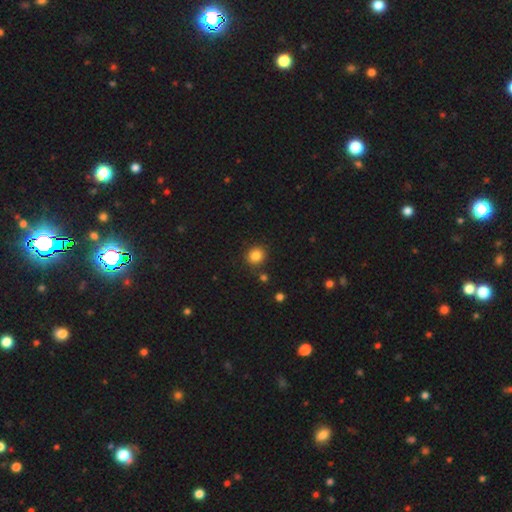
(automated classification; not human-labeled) This is clearly a smooth galaxy (85%). How rounded: clearly round (82%). Merging: clearly none (85%).